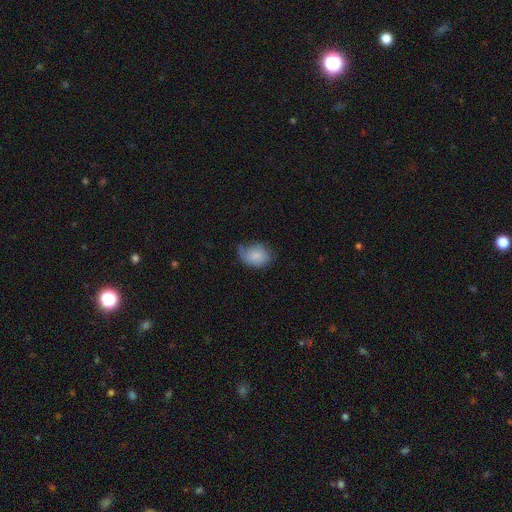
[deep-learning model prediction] Morphology: type=smooth (82%); roundness=in between (59%); merging=none (46%).